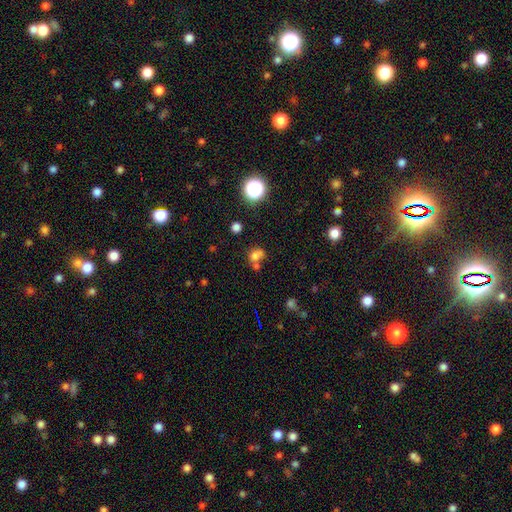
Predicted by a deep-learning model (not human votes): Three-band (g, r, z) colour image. It shows a smooth galaxy with no disk features (71%) that is round (51%). Merging: merger (41%).